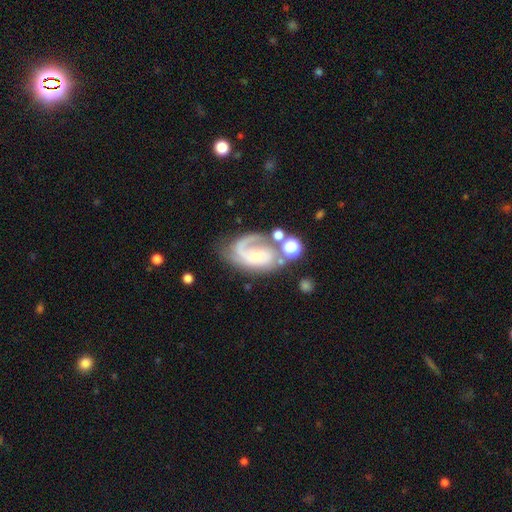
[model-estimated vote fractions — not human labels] smooth_or_featured: featured or disk (p=0.79) [alt: smooth p=0.13]
disk_edge_on: no (p=0.97) [alt: yes p=0.03]
bar: no (p=0.64) [alt: weak p=0.28]
has_spiral_arms: yes (p=0.93) [alt: no p=0.07]
spiral_winding: medium (p=0.42) [alt: tight p=0.33]
spiral_arm_count: 1 (p=0.57) [alt: 2 p=0.27]
bulge_size: small (p=0.63) [alt: moderate p=0.25]
merging: none (p=0.45) [alt: major disturbance p=0.22]